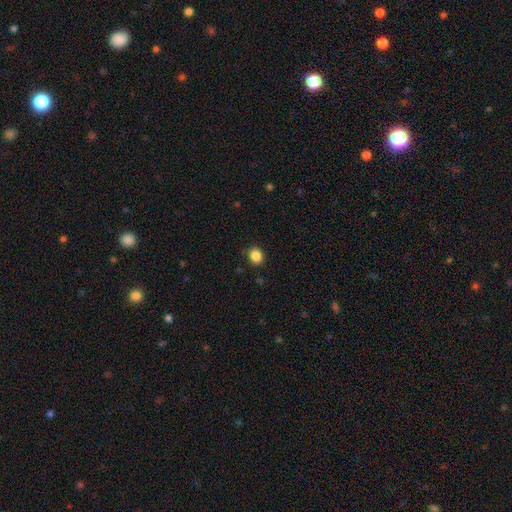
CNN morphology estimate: Smooth or featured?
  - smooth: 86% *
  - star or artifact: 10%
  - featured or disk: 3%
How rounded?
  - round: 76% *
  - in between: 23%
  - cigar-shaped: 1%
Merging?
  - none: 89% *
  - minor disturbance: 8%
  - major disturbance: 2%
  - merger: 1%